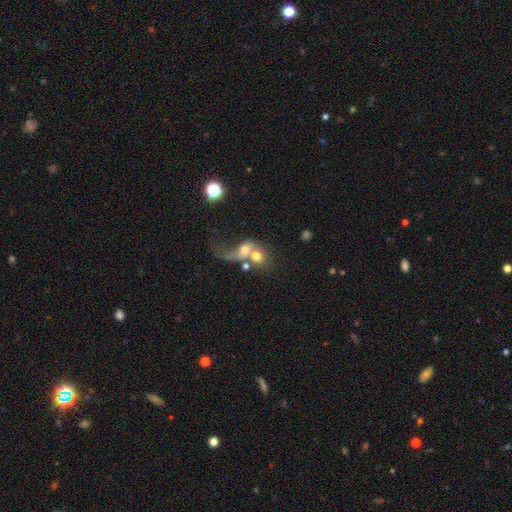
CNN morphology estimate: A smooth galaxy with no disk features (57%) that is round (55%). Merging: merger (66%).